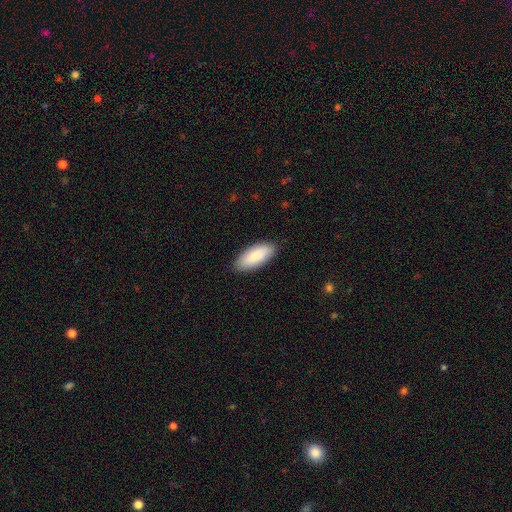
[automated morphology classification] Q: Smooth or featured?
A: smooth (87%); runner-up: featured or disk (8%)
Q: How rounded?
A: in between (83%); runner-up: cigar-shaped (15%)
Q: Merging?
A: none (87%); runner-up: minor disturbance (10%)